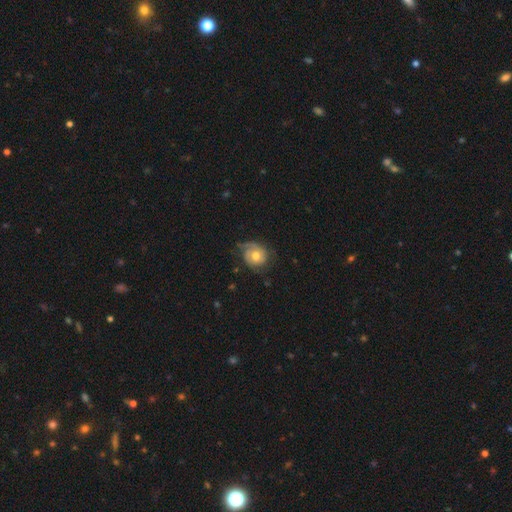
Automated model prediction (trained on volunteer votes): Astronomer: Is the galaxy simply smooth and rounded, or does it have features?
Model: featured or disk — 54% (runner-up: smooth, 39%).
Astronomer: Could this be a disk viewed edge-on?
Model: no — 96%.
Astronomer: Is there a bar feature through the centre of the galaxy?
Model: no — 79%.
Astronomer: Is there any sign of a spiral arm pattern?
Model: yes — 76%.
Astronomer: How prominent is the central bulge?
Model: moderate — 72%.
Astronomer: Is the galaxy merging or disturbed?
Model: none — 53%.